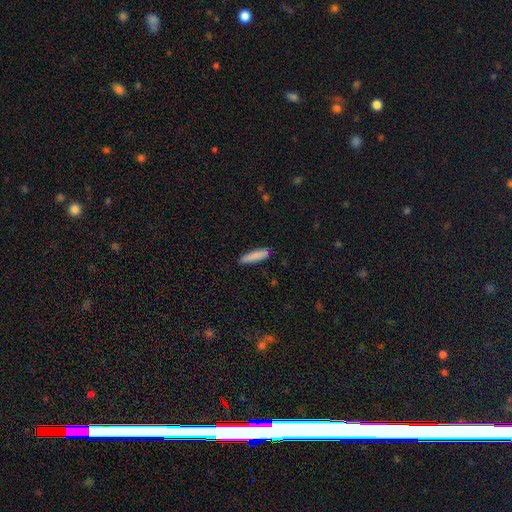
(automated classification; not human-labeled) smooth_or_featured: smooth (p=0.88) [alt: featured or disk p=0.07]
how_rounded: cigar-shaped (p=0.74) [alt: in between p=0.25]
merging: none (p=0.88) [alt: minor disturbance p=0.09]